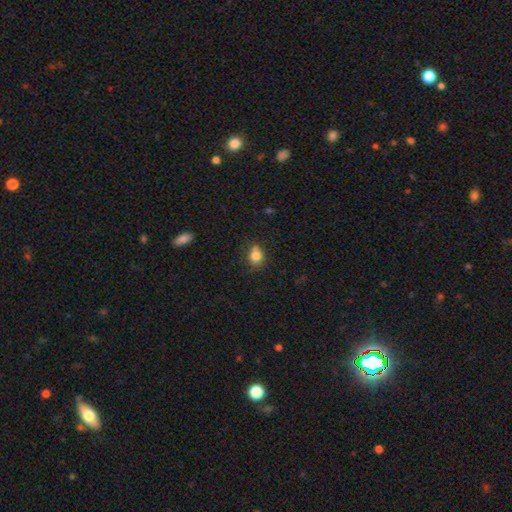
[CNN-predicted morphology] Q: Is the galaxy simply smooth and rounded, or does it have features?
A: smooth — 80%.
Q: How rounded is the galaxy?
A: round — 58%.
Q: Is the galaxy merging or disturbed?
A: none — 54%.